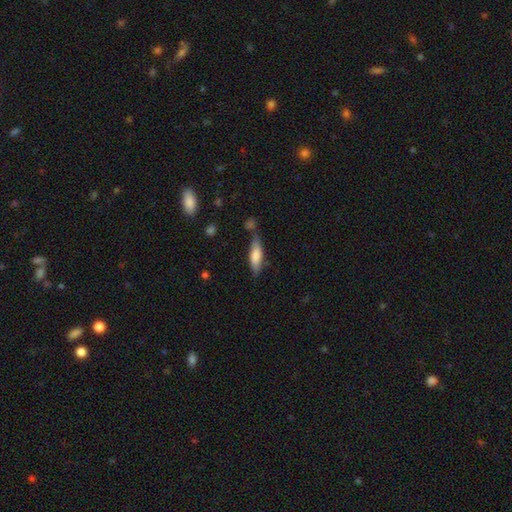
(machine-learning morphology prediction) Overall: smooth (75%). How rounded: cigar-shaped (50%; in between 48%). Merging: none (61%; minor disturbance 23%).